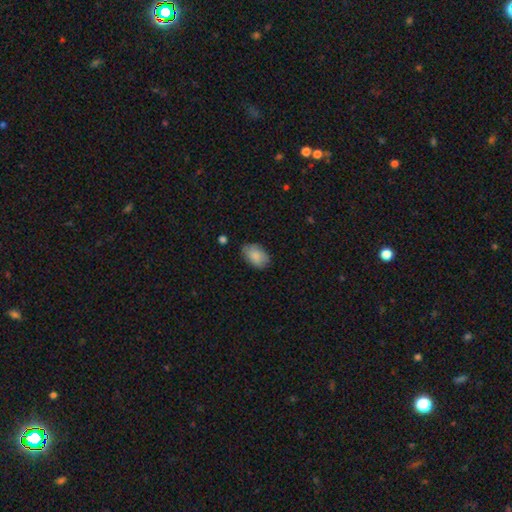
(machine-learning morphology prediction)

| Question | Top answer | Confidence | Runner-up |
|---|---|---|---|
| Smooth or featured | smooth | 86% | featured or disk (8%) |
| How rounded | in between | 90% | round (9%) |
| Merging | none | 77% | minor disturbance (18%) |